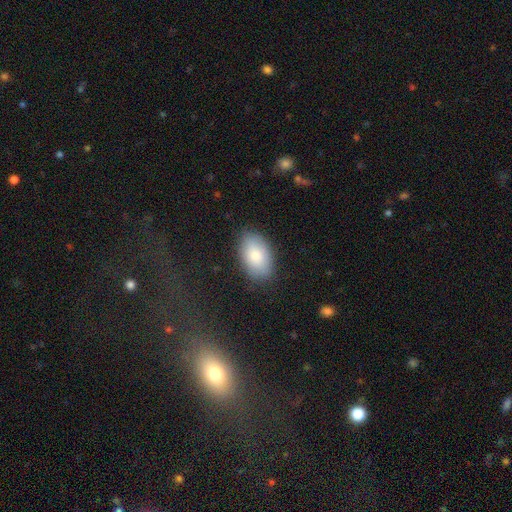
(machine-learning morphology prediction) Smooth or featured?
  - smooth: 83% *
  - featured or disk: 10%
  - star or artifact: 7%
How rounded?
  - in between: 92% *
  - round: 7%
  - cigar-shaped: 1%
Merging?
  - none: 84% *
  - minor disturbance: 12%
  - major disturbance: 3%
  - merger: 1%